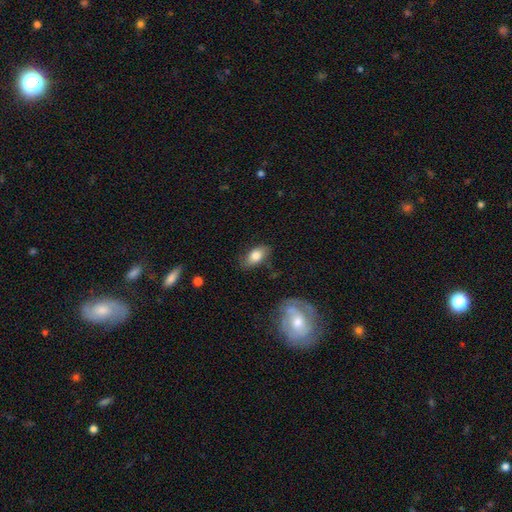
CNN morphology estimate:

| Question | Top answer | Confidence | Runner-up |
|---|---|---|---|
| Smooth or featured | smooth | 79% | featured or disk (14%) |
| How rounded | in between | 91% | round (5%) |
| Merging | none | 79% | minor disturbance (16%) |